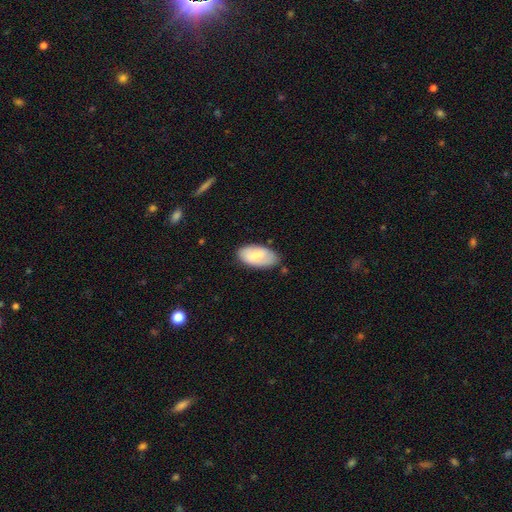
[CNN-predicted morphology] The model was most divided on "smooth or featured": smooth: 70%, featured or disk: 24%, star or artifact: 6%. More confident: how rounded — in between (95%); merging — none (75%).